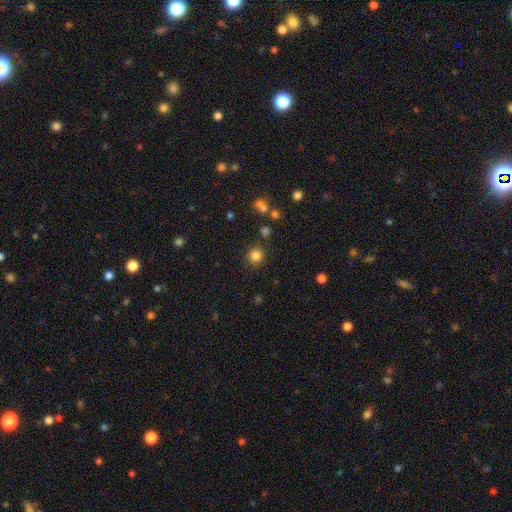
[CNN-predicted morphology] Overall: smooth (82%). How rounded: round (89%). Merging: none (86%).